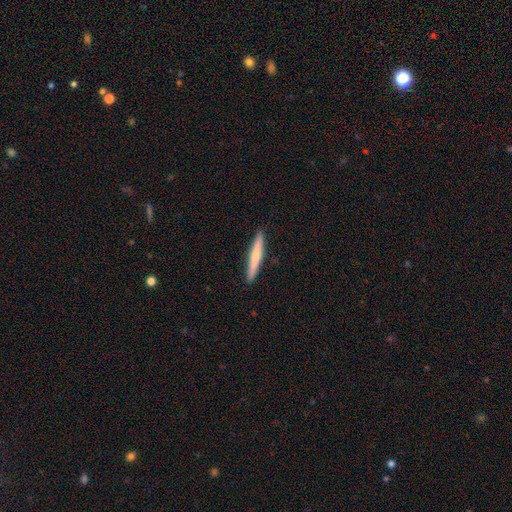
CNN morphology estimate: The model was most divided on "smooth or featured": smooth: 57%, featured or disk: 38%, star or artifact: 5%. More confident: how rounded — cigar-shaped (95%); merging — none (92%).